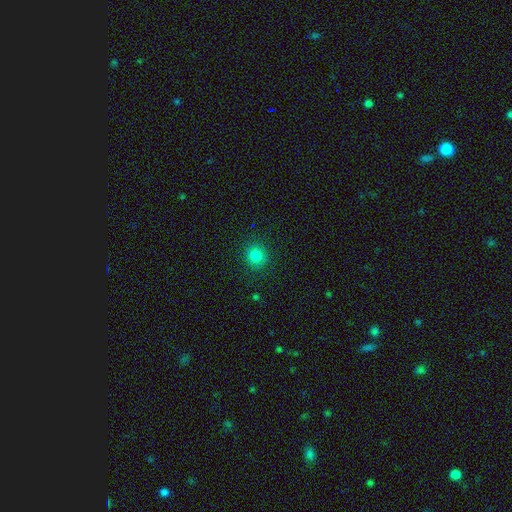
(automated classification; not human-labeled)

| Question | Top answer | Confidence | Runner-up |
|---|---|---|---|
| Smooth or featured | smooth | 83% | star or artifact (12%) |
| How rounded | round | 88% | in between (11%) |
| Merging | none | 89% | minor disturbance (8%) |